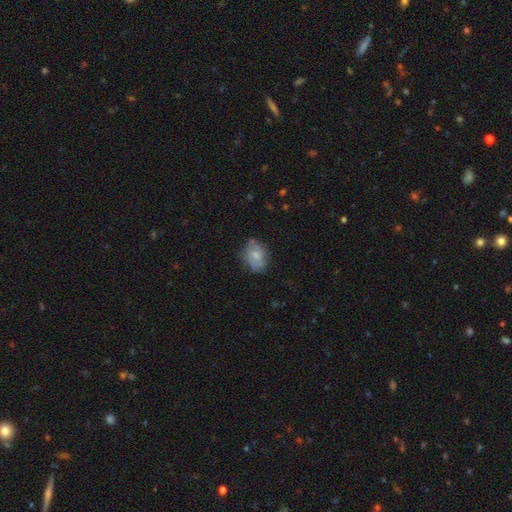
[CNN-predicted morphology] smooth_or_featured: smooth (p=0.57) [alt: featured or disk p=0.35]
how_rounded: in between (p=0.68) [alt: round p=0.30]
merging: none (p=0.62) [alt: minor disturbance p=0.27]